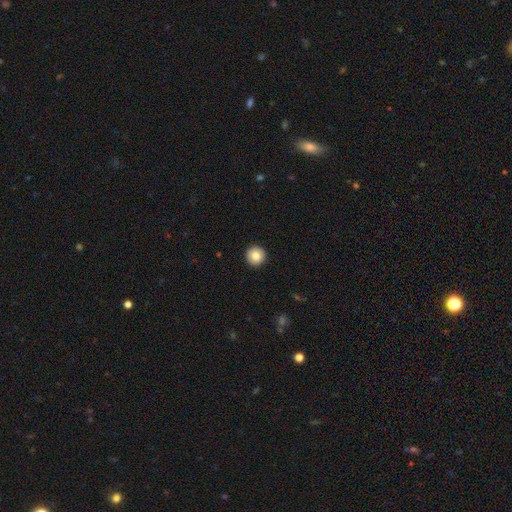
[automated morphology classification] A smooth galaxy with no disk features (84%) that is round (96%). Merging: none (94%).